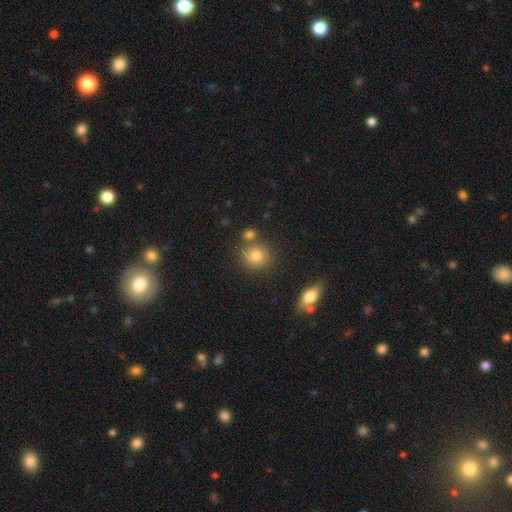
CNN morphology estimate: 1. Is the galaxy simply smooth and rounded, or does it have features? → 81% smooth, 11% star or artifact, 8% featured or disk.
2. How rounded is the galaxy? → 81% round, 17% in between, 1% cigar-shaped.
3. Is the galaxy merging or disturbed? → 69% none, 16% merger, 11% minor disturbance, 4% major disturbance.